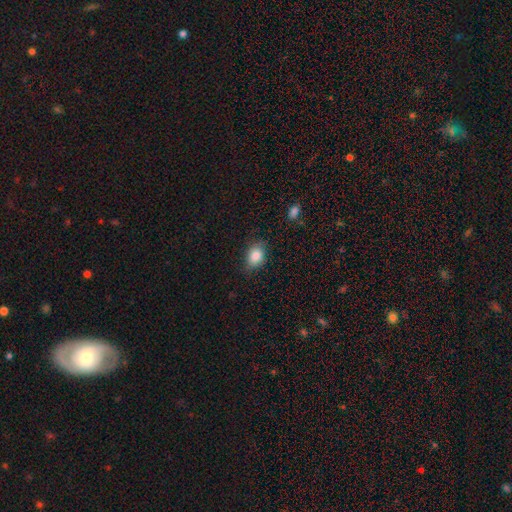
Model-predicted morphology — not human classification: Smooth or featured? smooth (85%)
How rounded? in between (69%)
Merging? none (76%)